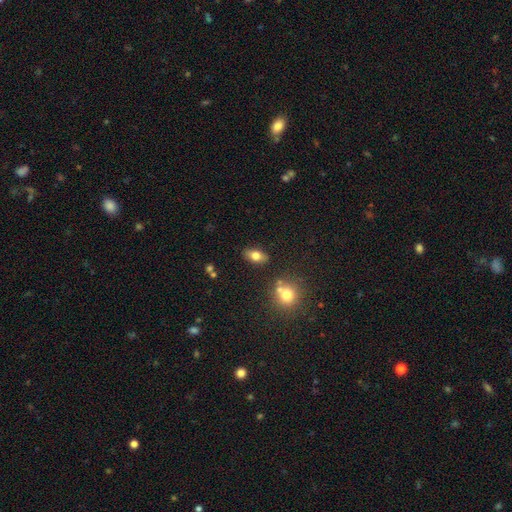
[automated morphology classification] smooth-or-featured: smooth: 75% | featured or disk: 16% | star or artifact: 9%
  how-rounded: in between: 87% | round: 9% | cigar-shaped: 4%
  merging: none: 83% | minor disturbance: 10% | merger: 4% | major disturbance: 3%